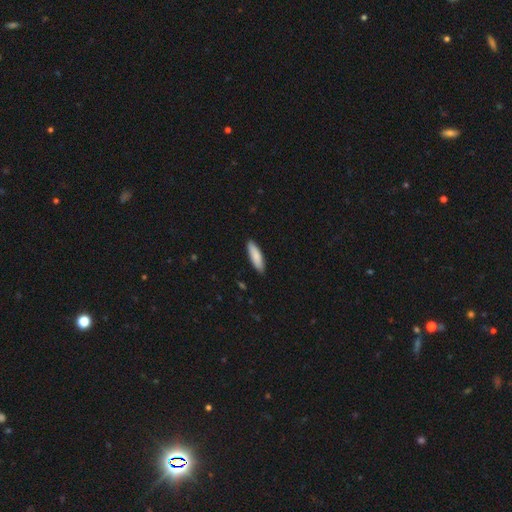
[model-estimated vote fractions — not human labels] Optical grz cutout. It shows a smooth galaxy with no disk features (85%) that is cigar-shaped (60%). Merging: none (89%).